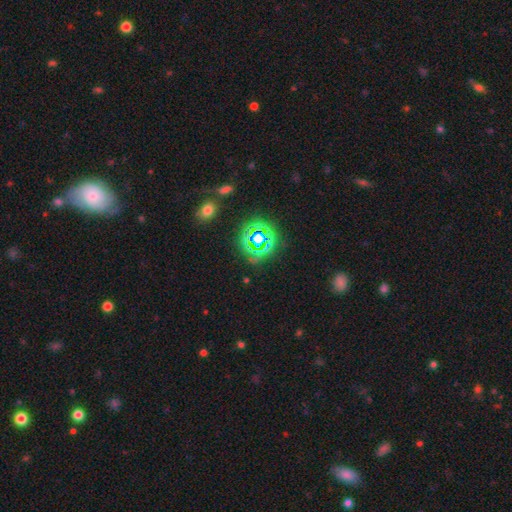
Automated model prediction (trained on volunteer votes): A smooth galaxy with no disk features (47%). Merging: none (82%).